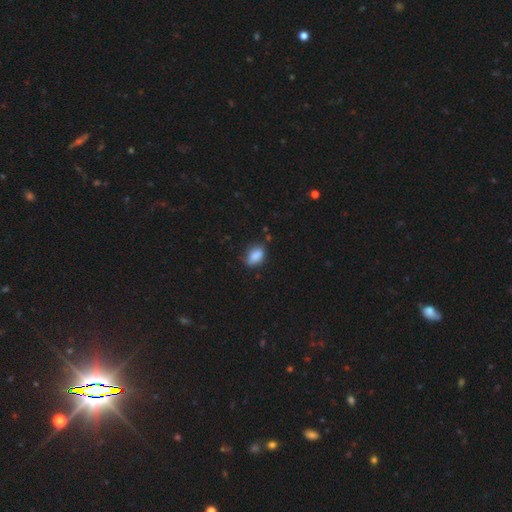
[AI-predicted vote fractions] A smooth galaxy with no disk features (85%) that is in between round and cigar-shaped (84%).

Vote fractions:
- Smooth or featured? smooth: 85% / star or artifact: 8% / featured or disk: 6%
- How rounded? in between: 84% / round: 12% / cigar-shaped: 3%
- Merging? none: 68% / minor disturbance: 25% / major disturbance: 4% / merger: 2%